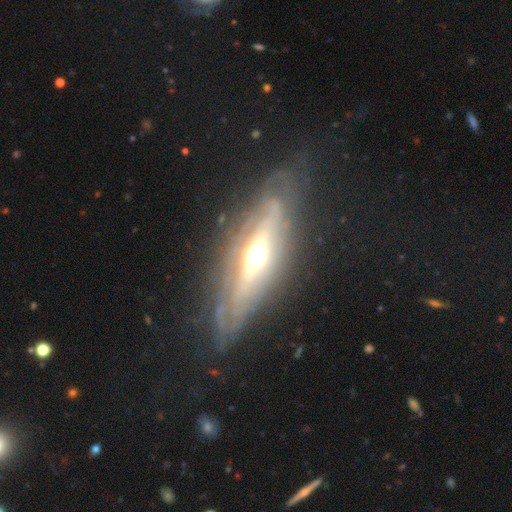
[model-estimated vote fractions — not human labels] Overall: featured or disk (82%). Edge-on disk: yes (51%; no 49%). Merging: none (67%).